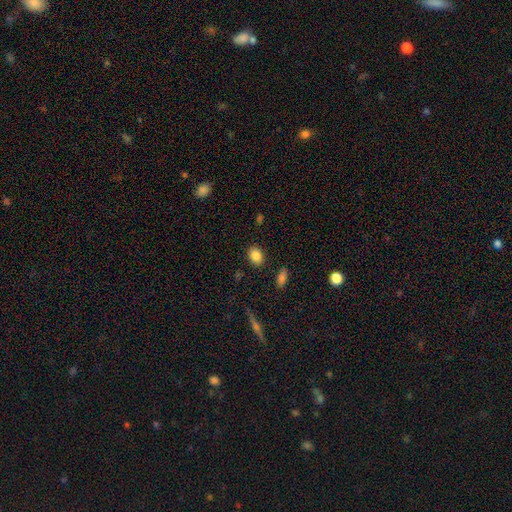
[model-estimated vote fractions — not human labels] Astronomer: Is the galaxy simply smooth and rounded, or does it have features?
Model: smooth — 86%.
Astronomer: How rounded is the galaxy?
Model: in between — 63%.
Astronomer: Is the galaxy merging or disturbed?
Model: none — 87%.